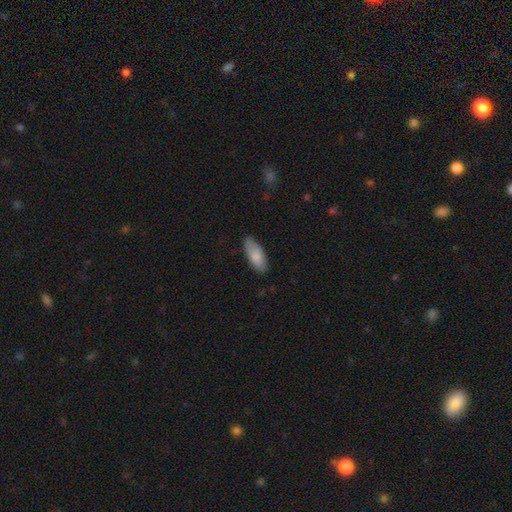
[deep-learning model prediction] This is clearly a smooth galaxy (83%). How rounded: clearly in between (82%). Merging: likely none (79%).